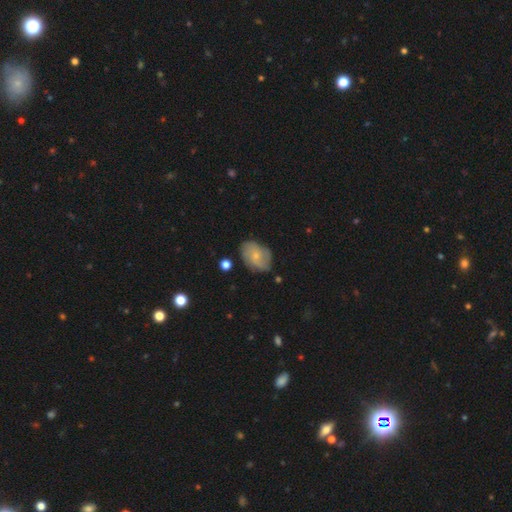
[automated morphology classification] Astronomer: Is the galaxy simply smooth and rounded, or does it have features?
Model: smooth — 47% (runner-up: featured or disk, 46%).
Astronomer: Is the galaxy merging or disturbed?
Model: none — 71%.